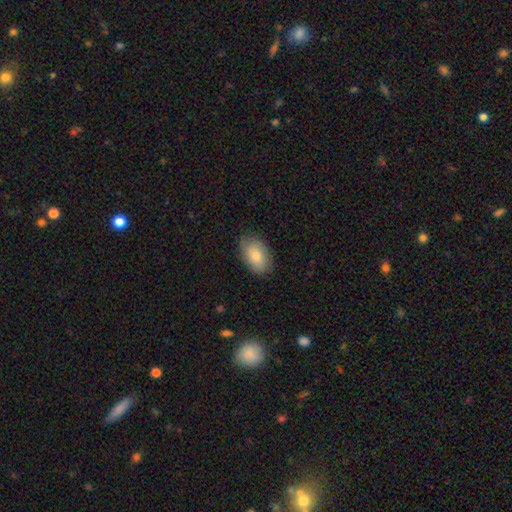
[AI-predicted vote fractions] This appears to be a smooth galaxy with no disk features (80%) that is in between round and cigar-shaped (91%). Merging: none (82%).